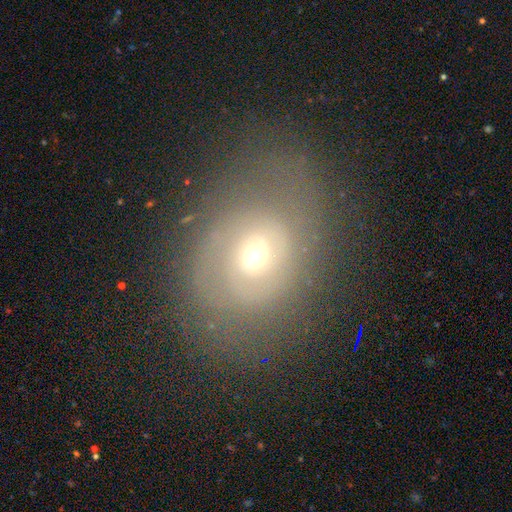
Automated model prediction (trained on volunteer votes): Overall: featured or disk (55%; smooth 33%). Edge-on disk: no (94%). Bar: no (70%). Spiral arms: yes (54%; no 46%). Bulge size: small (50%; moderate 44%). Merging: none (68%).